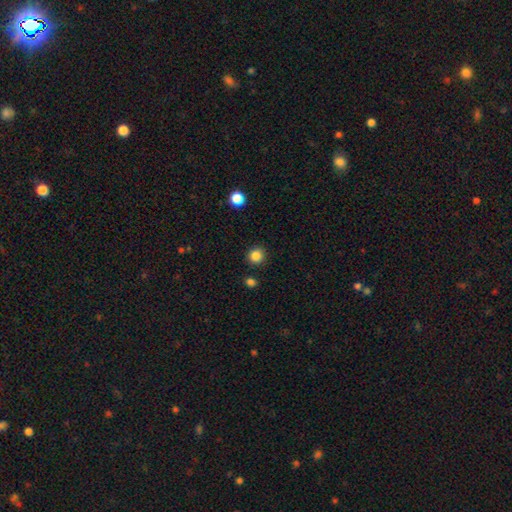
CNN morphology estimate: Overall: smooth (85%). How rounded: round (91%). Merging: none (89%).